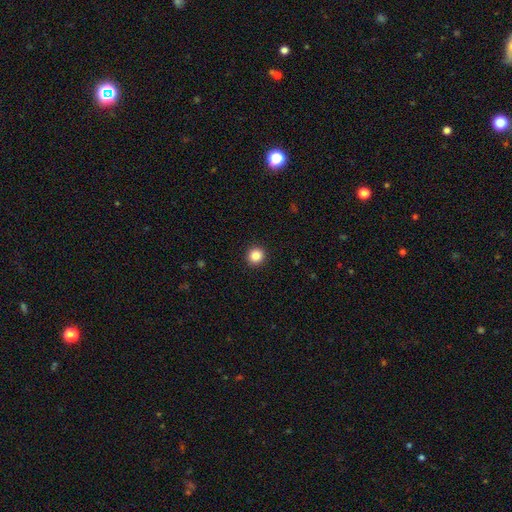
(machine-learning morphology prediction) Smooth or featured? smooth (86%)
How rounded? round (92%)
Merging? none (93%)